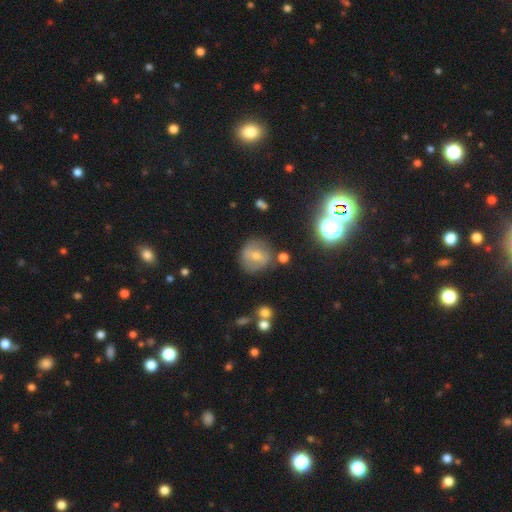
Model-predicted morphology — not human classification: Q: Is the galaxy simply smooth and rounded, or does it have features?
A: smooth — 54%.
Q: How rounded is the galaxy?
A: round — 84%.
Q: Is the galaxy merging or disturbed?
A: none — 73%.